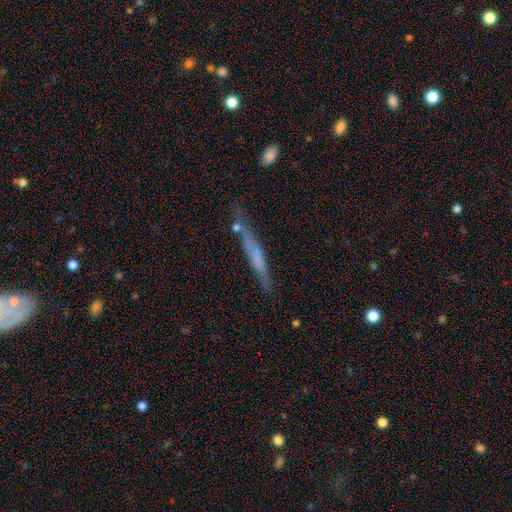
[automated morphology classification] Smooth or featured? featured or disk (50%)
Merging? none (66%)